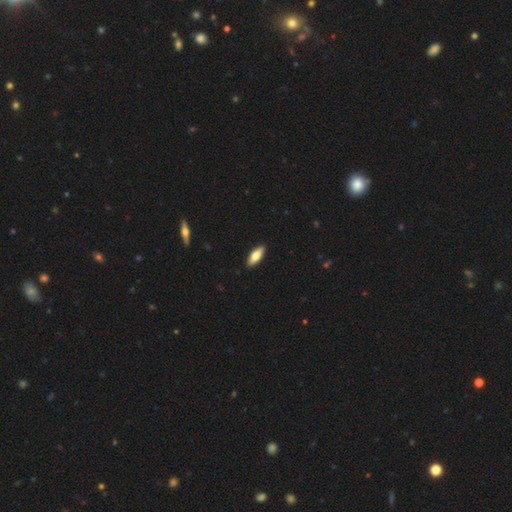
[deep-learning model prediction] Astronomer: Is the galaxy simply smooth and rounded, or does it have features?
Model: smooth — 72%.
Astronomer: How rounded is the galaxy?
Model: in between — 69%.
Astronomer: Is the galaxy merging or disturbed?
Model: none — 91%.